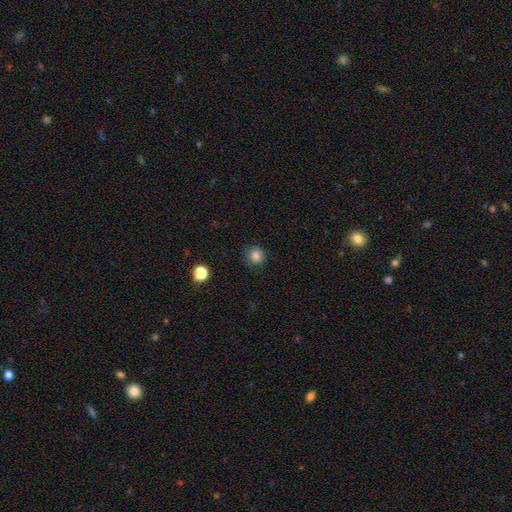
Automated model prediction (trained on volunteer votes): Morphology: type=smooth (83%); roundness=round (87%); merging=none (81%).